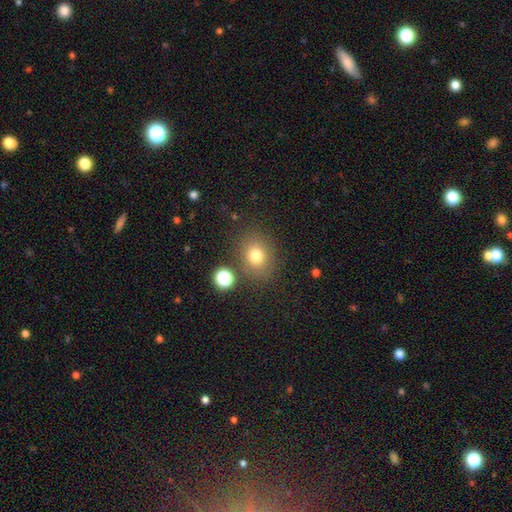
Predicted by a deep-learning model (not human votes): Morphology: type=smooth (77%); roundness=round (59%); merging=none (78%).